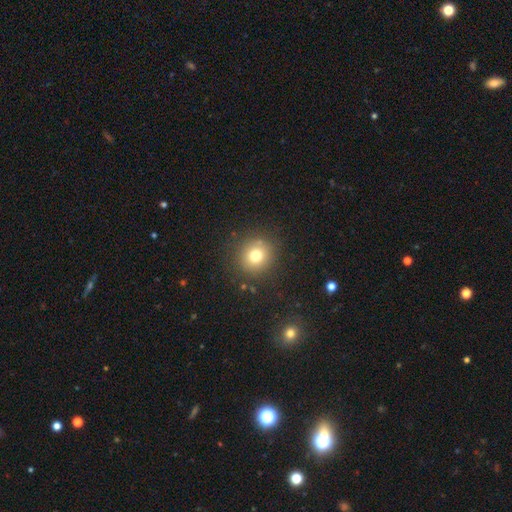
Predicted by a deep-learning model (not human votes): A smooth galaxy with no disk features (76%) that is round (89%).

Vote fractions:
- Smooth or featured? smooth: 76% / star or artifact: 14% / featured or disk: 10%
- How rounded? round: 89% / in between: 10% / cigar-shaped: 1%
- Merging? none: 87% / minor disturbance: 8% / major disturbance: 3% / merger: 2%